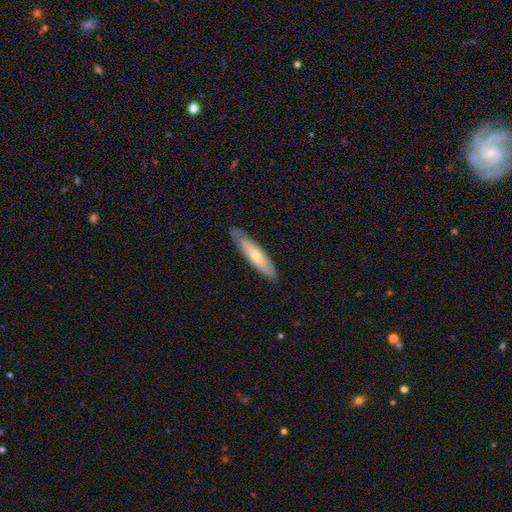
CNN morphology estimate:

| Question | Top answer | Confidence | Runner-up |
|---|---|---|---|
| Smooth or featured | featured or disk | 51% | smooth (42%) |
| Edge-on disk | yes | 60% | no (40%) |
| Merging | none | 84% | minor disturbance (12%) |